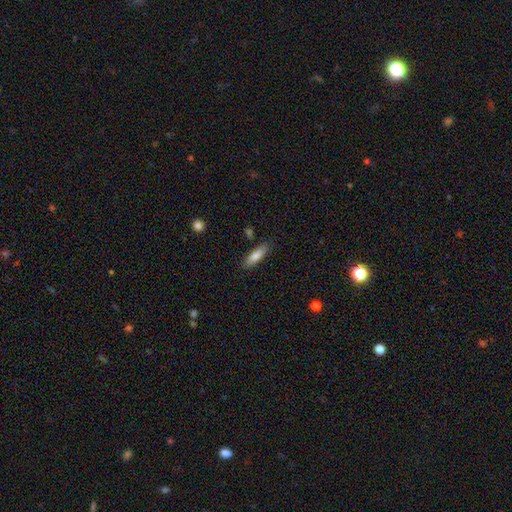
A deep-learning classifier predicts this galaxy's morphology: A smooth galaxy with no disk features (78%) that is cigar-shaped (49%, tied with in between).

Vote fractions:
- Smooth or featured? smooth: 78% / featured or disk: 15% / star or artifact: 7%
- How rounded? cigar-shaped: 49% (tied) / in between: 49% (tied) / round: 2%
- Merging? none: 84% / minor disturbance: 12% / merger: 3% / major disturbance: 2%